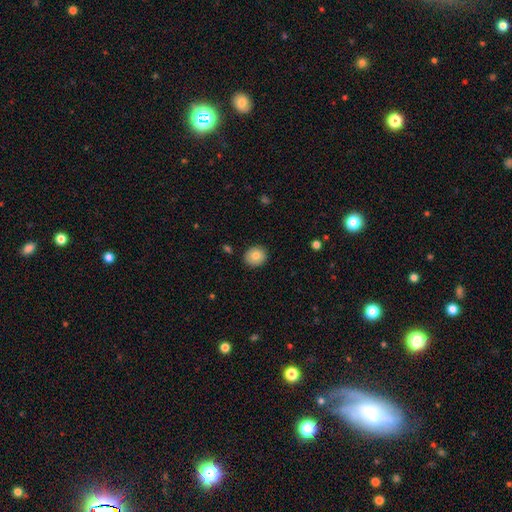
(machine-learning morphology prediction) smooth 80%, featured or disk 11%, star or artifact 8%. Down the decision tree: how rounded — round (80%); merging — none (89%).